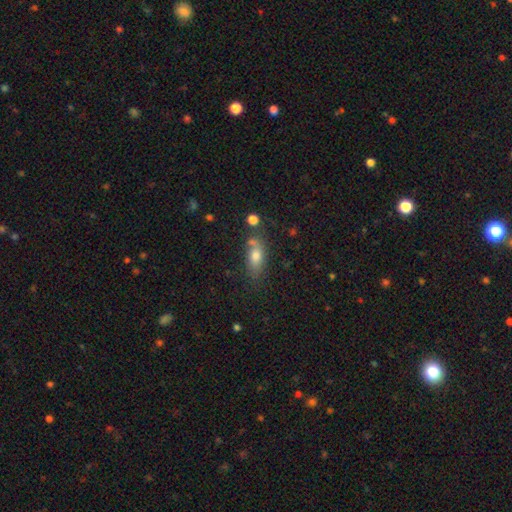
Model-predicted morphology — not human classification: This is likely a smooth galaxy (74%). How rounded: likely in between (77%). Merging: likely none (60%).